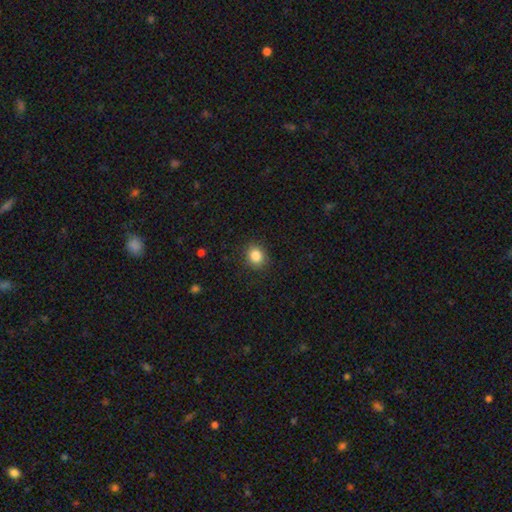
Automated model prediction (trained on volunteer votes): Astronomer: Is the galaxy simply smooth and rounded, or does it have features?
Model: smooth — 85%.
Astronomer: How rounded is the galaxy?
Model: round — 68%.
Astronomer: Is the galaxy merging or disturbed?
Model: none — 88%.